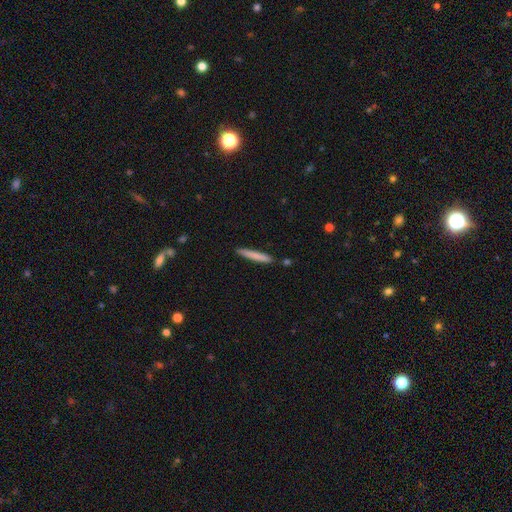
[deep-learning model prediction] smooth 79%, featured or disk 16%, star or artifact 6%. Down the decision tree: how rounded — cigar-shaped (95%); merging — none (87%).